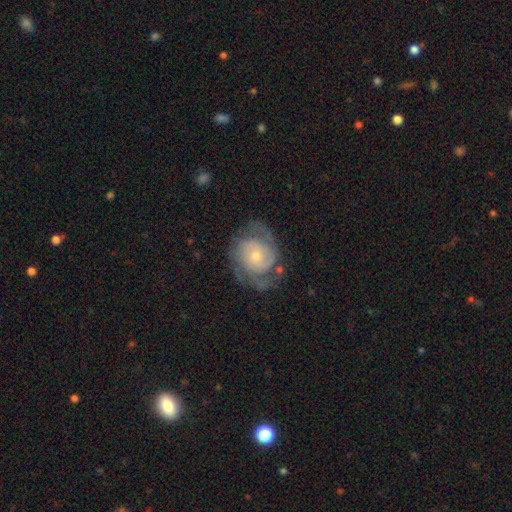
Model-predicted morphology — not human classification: Smooth or featured: featured or disk — 81% (smooth — 13%)
Edge-on disk: no — 97% (yes — 3%)
Bar: no — 72% (weak — 22%)
Spiral arms: yes — 93% (no — 7%)
Spiral winding: tight — 46% (medium — 41%)
Spiral arm count: 2 — 73% (can't tell — 12%)
Bulge size: small — 55% (moderate — 38%)
Merging: none — 71% (minor disturbance — 17%)